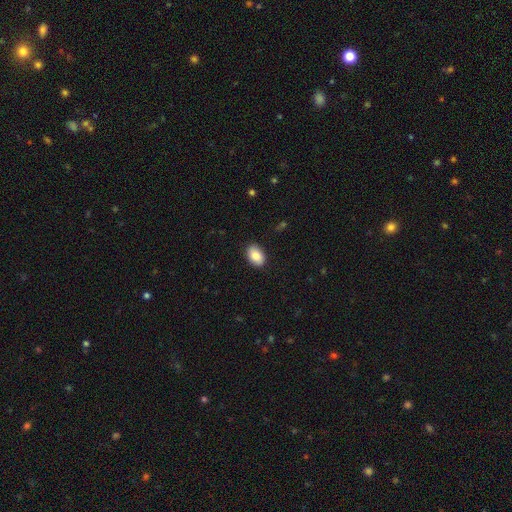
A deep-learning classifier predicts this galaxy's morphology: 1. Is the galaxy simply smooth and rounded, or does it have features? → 87% smooth, 7% star or artifact, 6% featured or disk.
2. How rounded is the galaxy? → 89% in between, 9% round, 1% cigar-shaped.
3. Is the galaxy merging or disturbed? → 89% none, 8% minor disturbance, 2% major disturbance, 1% merger.